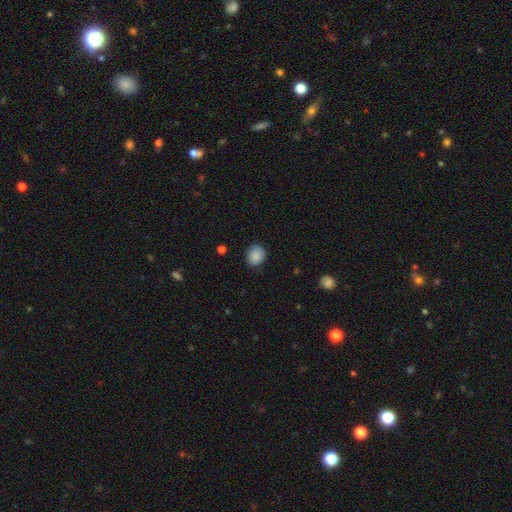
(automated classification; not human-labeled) smooth 87%, star or artifact 8%, featured or disk 4%. Down the decision tree: how rounded — round (72%); merging — none (85%).